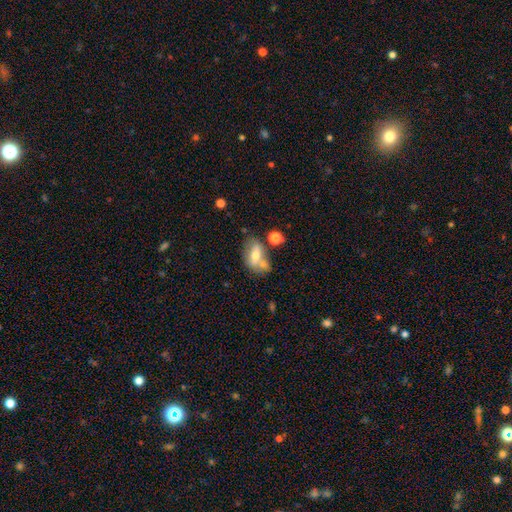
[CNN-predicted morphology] Smooth or featured: smooth — 55% (featured or disk — 36%)
How rounded: in between — 81% (round — 12%)
Merging: none — 41% (merger — 31%)